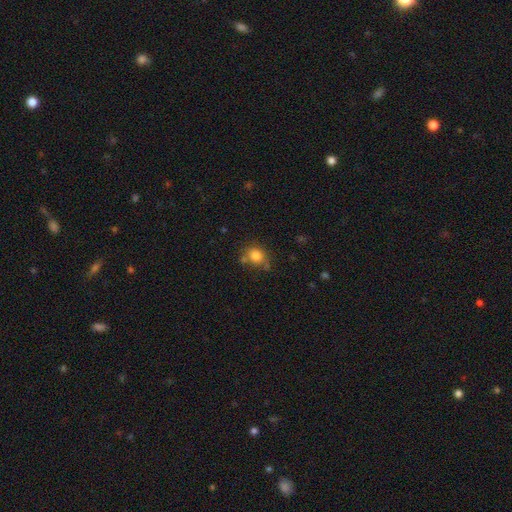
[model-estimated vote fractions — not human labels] Morphology: type=smooth (81%); roundness=round (70%); merging=none (63%).